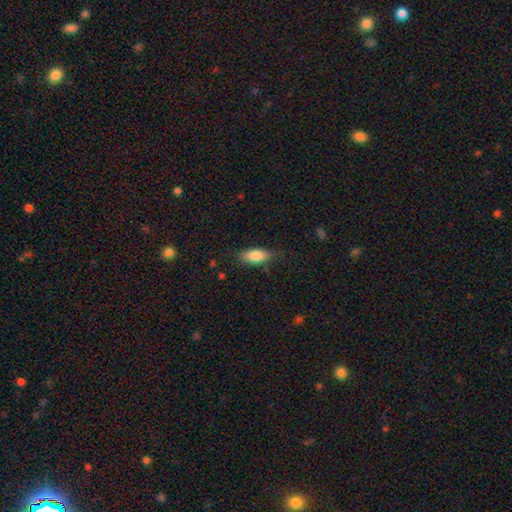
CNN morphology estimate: Smooth or featured?
  - smooth: 82% *
  - featured or disk: 11%
  - star or artifact: 7%
How rounded?
  - in between: 80% *
  - cigar-shaped: 17%
  - round: 3%
Merging?
  - none: 74% *
  - minor disturbance: 20%
  - major disturbance: 5%
  - merger: 1%